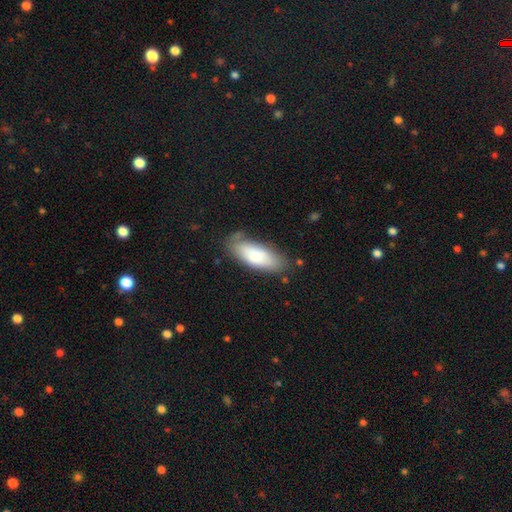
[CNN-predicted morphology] Q: Smooth or featured?
A: smooth (80%); runner-up: featured or disk (14%)
Q: How rounded?
A: in between (74%); runner-up: cigar-shaped (24%)
Q: Merging?
A: none (69%); runner-up: minor disturbance (22%)